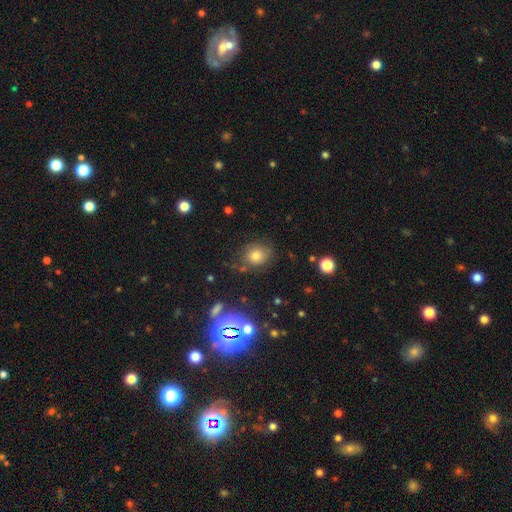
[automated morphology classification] Smooth or featured?
  - smooth: 69% *
  - star or artifact: 17%
  - featured or disk: 14%
How rounded?
  - round: 68% *
  - in between: 31%
  - cigar-shaped: 1%
Merging?
  - none: 72% *
  - minor disturbance: 18%
  - major disturbance: 7%
  - merger: 3%